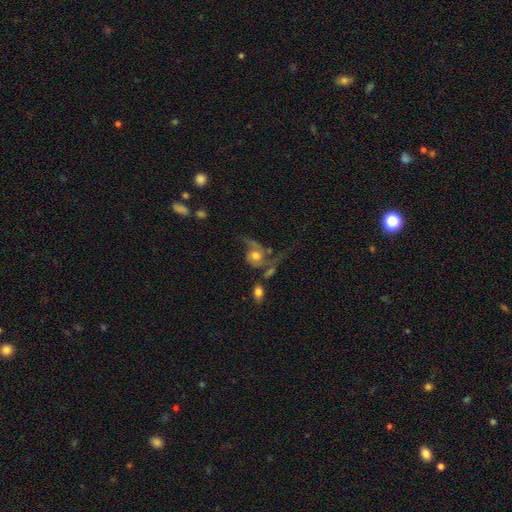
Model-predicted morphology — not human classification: This is likely a featured or disk galaxy (70%). It is clearly not viewed edge-on (96%). Bar: likely no (76%). Spiral arm pattern: clearly yes (88%). Spiral arm count: likely 2 (69%). Spiral winding: likely loose (64%). Central bulge: likely moderate (60%). Merging: marginally major disturbance (35%).